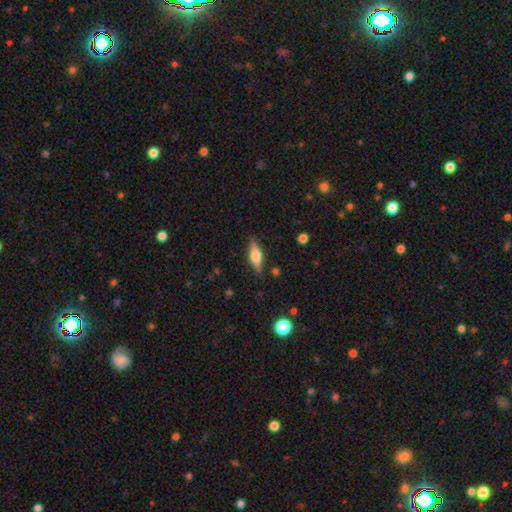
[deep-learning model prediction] Smooth or featured?
  - featured or disk: 54% *
  - smooth: 39%
  - star or artifact: 7%
Edge-on disk?
  - yes: 94% *
  - no: 6%
Edge-on bulge?
  - rounded: 84% *
  - boxy: 13%
  - none: 3%
Merging?
  - none: 85% *
  - minor disturbance: 11%
  - major disturbance: 3%
  - merger: 1%